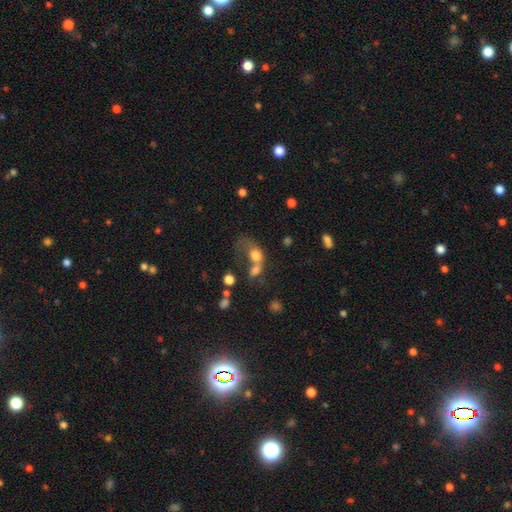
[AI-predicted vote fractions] Smooth or featured? Predicted: smooth (p=0.66). How rounded? Predicted: in between (p=0.56). Merging? Predicted: merger (p=0.63).